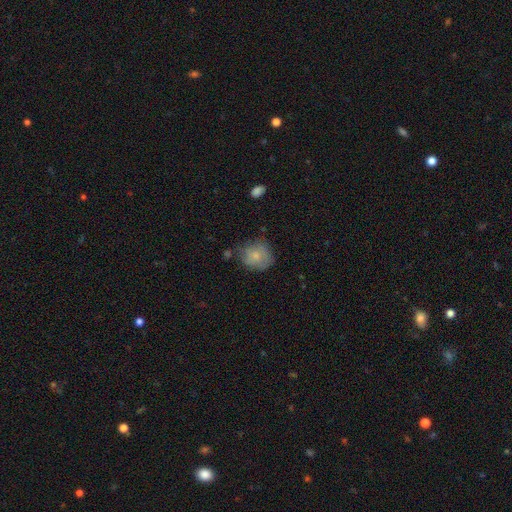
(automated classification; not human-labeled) Smooth or featured? smooth (69%)
How rounded? round (75%)
Merging? none (57%)